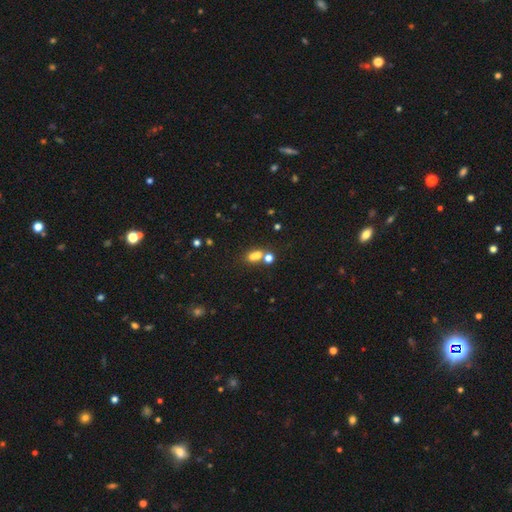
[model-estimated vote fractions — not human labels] A smooth galaxy with no disk features (66%) that is in between round and cigar-shaped (57%). Merging: merger (47%).